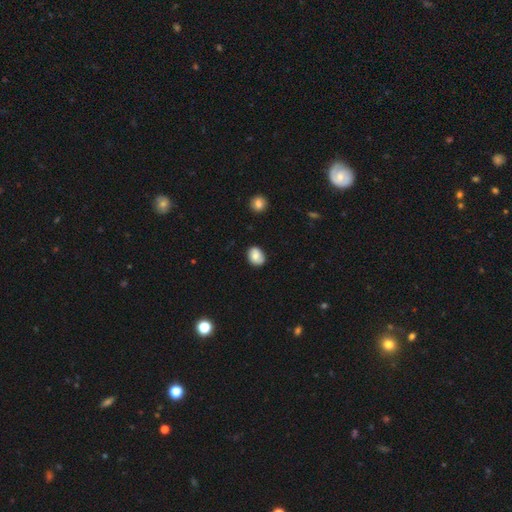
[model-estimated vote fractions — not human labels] smooth 78%, featured or disk 13%, star or artifact 8%. Down the decision tree: how rounded — in between (63%); merging — none (79%).